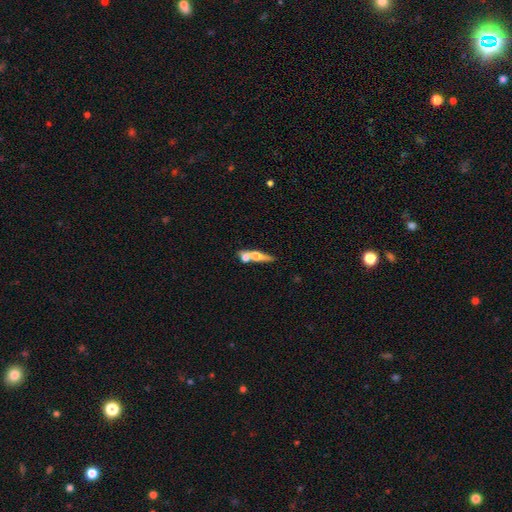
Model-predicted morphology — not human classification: A smooth galaxy with no disk features (55%) that is cigar-shaped (65%). Merging: merger (46%).